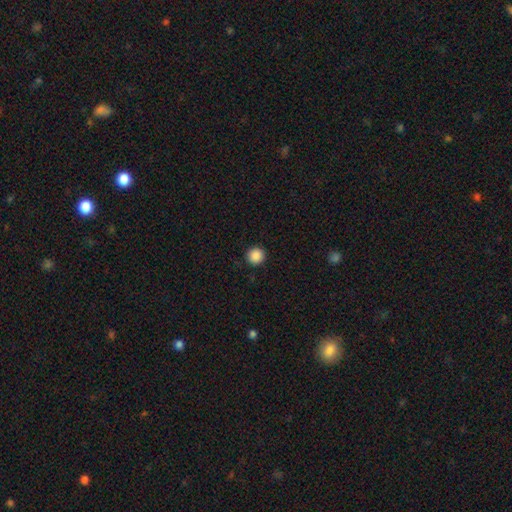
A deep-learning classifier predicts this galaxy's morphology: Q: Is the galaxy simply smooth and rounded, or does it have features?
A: smooth — 88%.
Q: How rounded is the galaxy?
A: round — 96%.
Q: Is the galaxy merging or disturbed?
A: none — 92%.